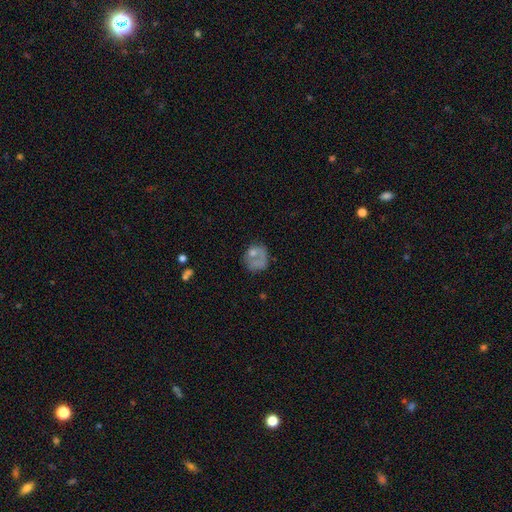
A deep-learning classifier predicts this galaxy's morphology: Smooth or featured? smooth (60%)
How rounded? round (70%)
Merging? none (44%)